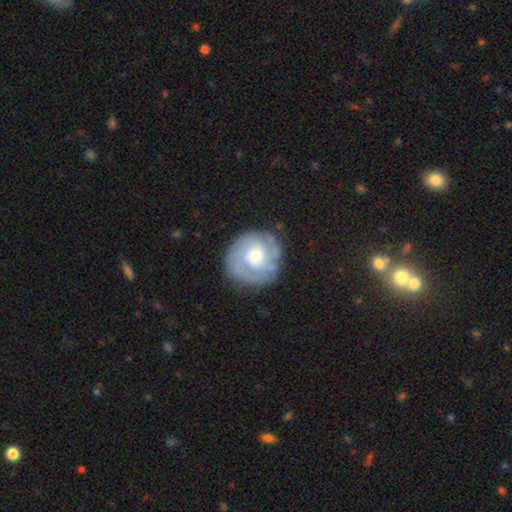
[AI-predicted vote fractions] Smooth or featured: featured or disk — 69% (smooth — 25%)
Edge-on disk: no — 98% (yes — 2%)
Bar: no — 73% (weak — 22%)
Spiral arms: yes — 82% (no — 18%)
Spiral winding: tight — 64% (medium — 27%)
Spiral arm count: can't tell — 38% (2 — 30%)
Bulge size: moderate — 57% (small — 29%)
Merging: none — 77% (minor disturbance — 15%)